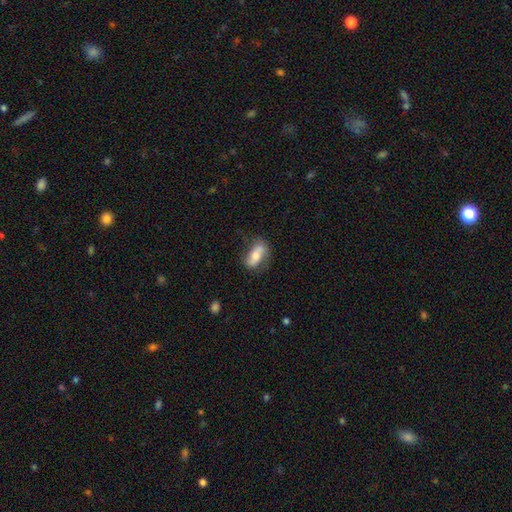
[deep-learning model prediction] Smooth or featured? Predicted: smooth (p=0.56). How rounded? Predicted: in between (p=0.79). Merging? Predicted: none (p=0.62).